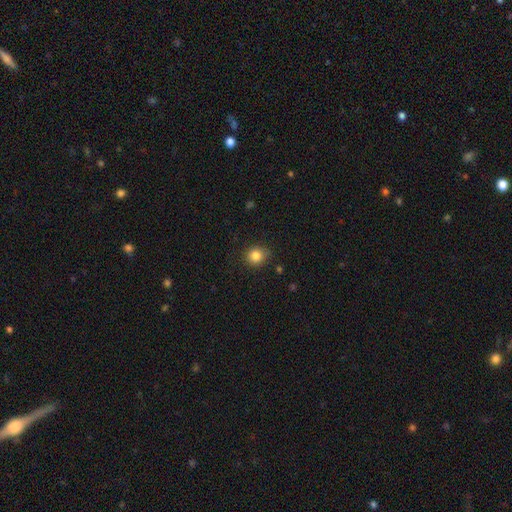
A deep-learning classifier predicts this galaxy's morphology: Smooth or featured: smooth — 84% (star or artifact — 11%)
How rounded: round — 86% (in between — 13%)
Merging: none — 85% (minor disturbance — 11%)